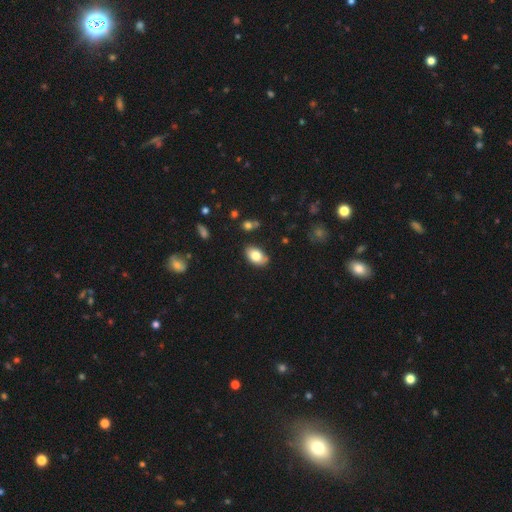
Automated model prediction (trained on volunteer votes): Smooth or featured: smooth — 81% (featured or disk — 12%)
How rounded: in between — 92% (round — 6%)
Merging: none — 81% (minor disturbance — 14%)